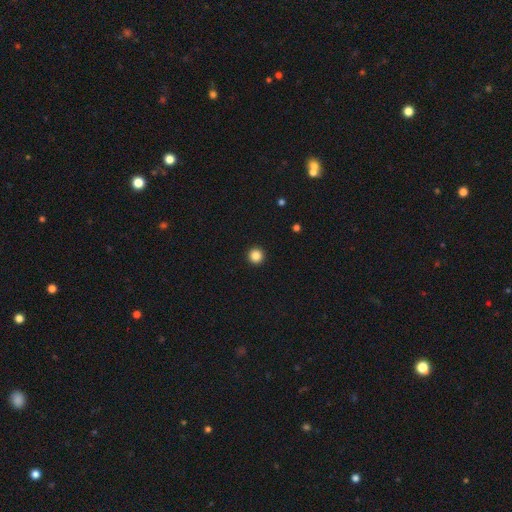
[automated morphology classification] A smooth galaxy with no disk features (85%) that is round (97%). Merging: none (94%).